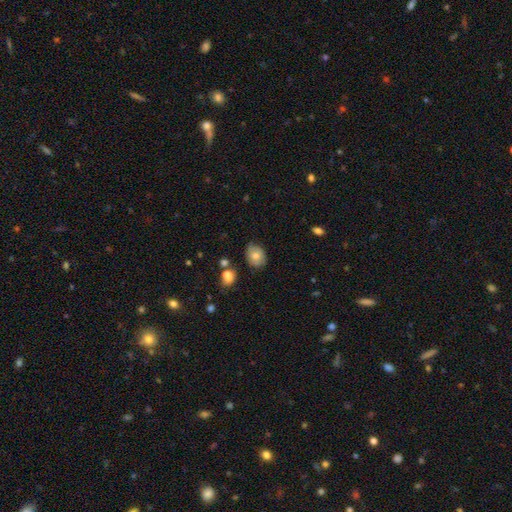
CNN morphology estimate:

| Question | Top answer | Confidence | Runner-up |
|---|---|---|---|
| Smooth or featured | smooth | 73% | featured or disk (18%) |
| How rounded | in between | 60% | round (39%) |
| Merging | none | 75% | minor disturbance (18%) |